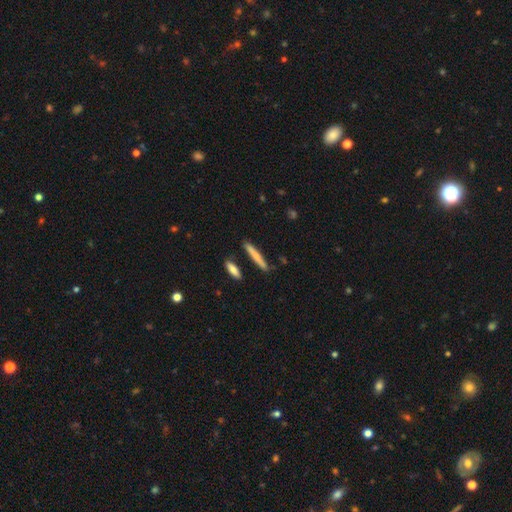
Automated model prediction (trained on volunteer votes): smooth-or-featured: smooth: 73% | featured or disk: 21% | star or artifact: 6%
  how-rounded: cigar-shaped: 94% | in between: 5% | round: 2%
  merging: none: 84% | minor disturbance: 9% | merger: 4% | major disturbance: 2%